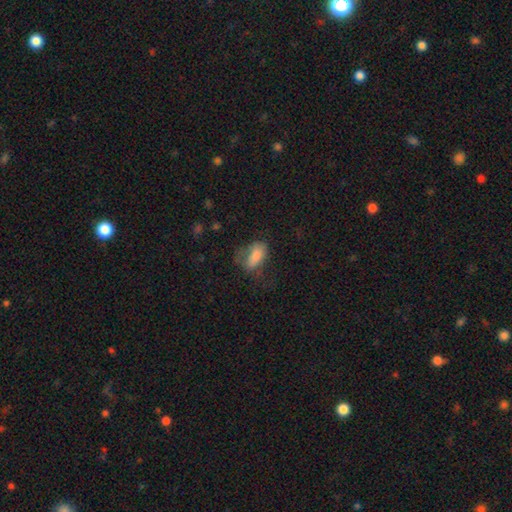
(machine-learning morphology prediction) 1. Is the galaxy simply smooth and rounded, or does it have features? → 73% smooth, 17% featured or disk, 10% star or artifact.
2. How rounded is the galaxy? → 88% in between, 6% round, 6% cigar-shaped.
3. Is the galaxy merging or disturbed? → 34% none (tied), 34% major disturbance (tied), 28% minor disturbance, 3% merger.